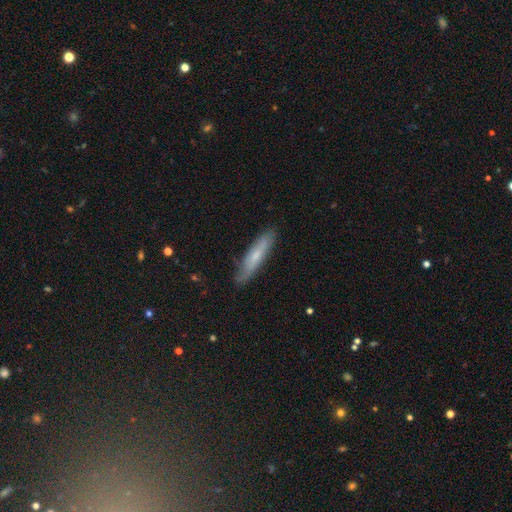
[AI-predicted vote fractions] Smooth or featured: smooth — 57% (featured or disk — 37%)
How rounded: cigar-shaped — 84% (in between — 15%)
Merging: none — 78% (minor disturbance — 17%)